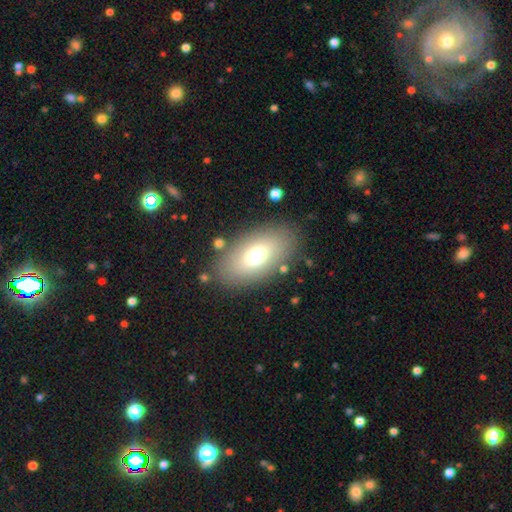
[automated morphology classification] Q: Smooth or featured?
A: smooth (68%); runner-up: featured or disk (21%)
Q: How rounded?
A: in between (88%); runner-up: round (9%)
Q: Merging?
A: none (81%); runner-up: minor disturbance (10%)